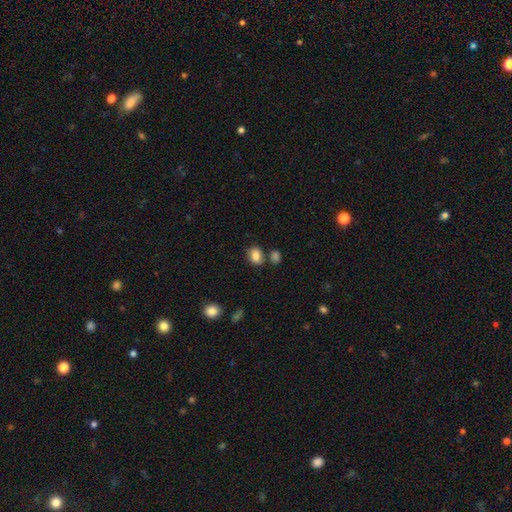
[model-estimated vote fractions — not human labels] smooth 84%, star or artifact 9%, featured or disk 7%. Down the decision tree: how rounded — in between (65%); merging — none (68%).